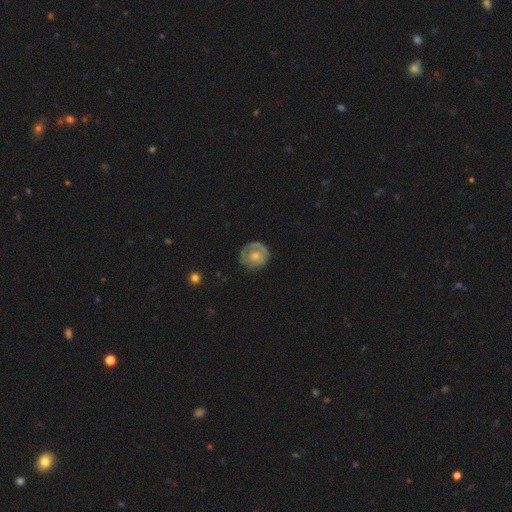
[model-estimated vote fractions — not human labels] The model was most divided on "spiral arms": yes: 55%, no: 45%. More confident: edge-on disk — no (97%); bar — no (84%); merging — none (69%); smooth or featured — featured or disk (55%); bulge size — moderate (51%).